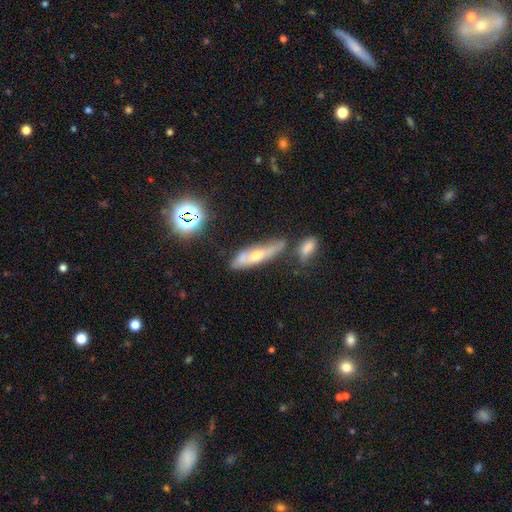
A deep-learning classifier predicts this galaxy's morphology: Smooth or featured: featured or disk — 51% (smooth — 37%)
Edge-on disk: yes — 59% (no — 41%)
Merging: none — 54% (minor disturbance — 24%)